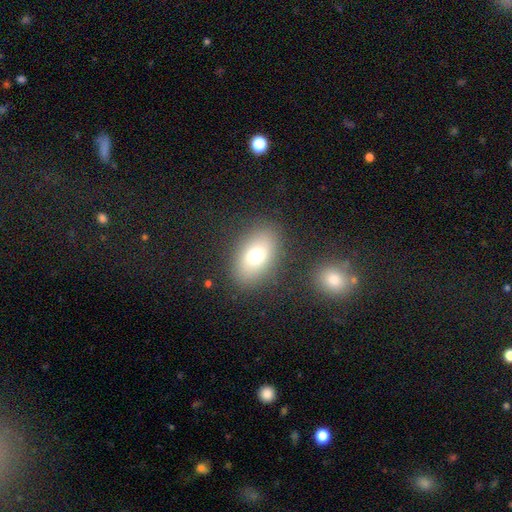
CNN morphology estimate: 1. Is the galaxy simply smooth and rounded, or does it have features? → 75% smooth, 16% featured or disk, 10% star or artifact.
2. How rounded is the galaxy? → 86% in between, 13% round, 2% cigar-shaped.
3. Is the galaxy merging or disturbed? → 83% none, 10% minor disturbance, 4% major disturbance, 3% merger.